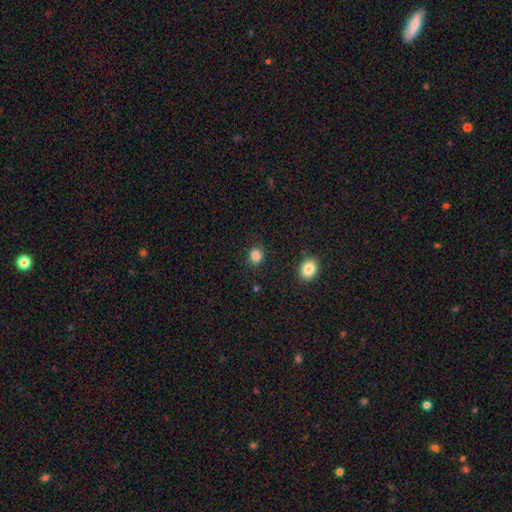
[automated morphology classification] Smooth or featured? Predicted: smooth (p=0.85). How rounded? Predicted: round (p=0.67). Merging? Predicted: none (p=0.84).